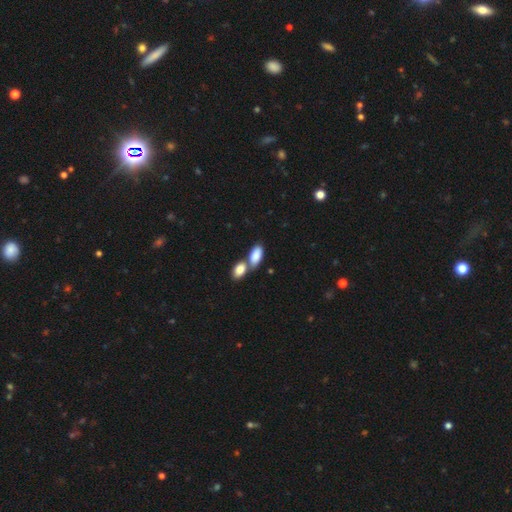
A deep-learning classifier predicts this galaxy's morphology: Q: Smooth or featured?
A: smooth (86%); runner-up: featured or disk (8%)
Q: How rounded?
A: in between (92%); runner-up: cigar-shaped (4%)
Q: Merging?
A: merger (57%); runner-up: none (31%)